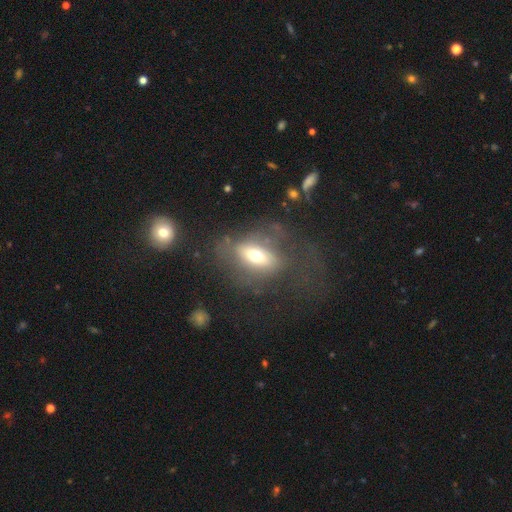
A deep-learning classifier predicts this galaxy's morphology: smooth-or-featured: smooth: 57% | featured or disk: 32% | star or artifact: 11%
  how-rounded: in between: 76% | round: 17% | cigar-shaped: 6%
  merging: none: 45% | major disturbance: 32% | minor disturbance: 19% | merger: 3%